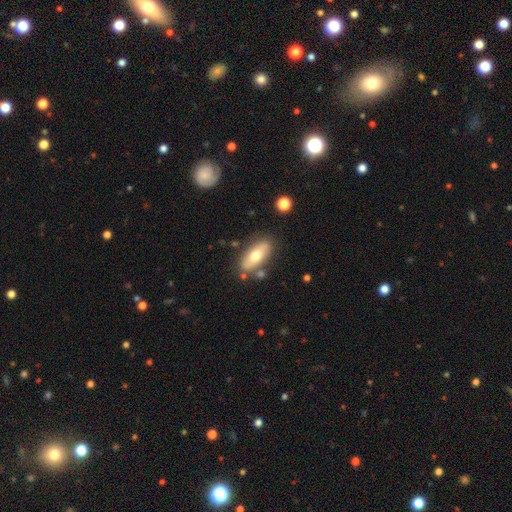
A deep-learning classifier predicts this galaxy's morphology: Smooth or featured? smooth (62%)
How rounded? in between (82%)
Merging? none (77%)